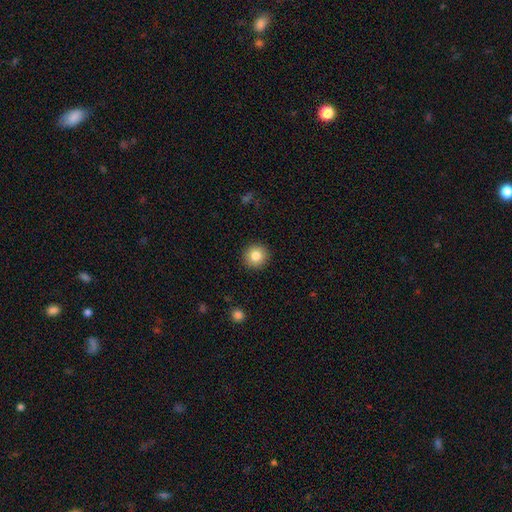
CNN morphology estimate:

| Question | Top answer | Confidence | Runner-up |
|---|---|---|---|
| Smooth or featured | smooth | 82% | star or artifact (10%) |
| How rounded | round | 94% | in between (6%) |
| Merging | none | 92% | minor disturbance (5%) |